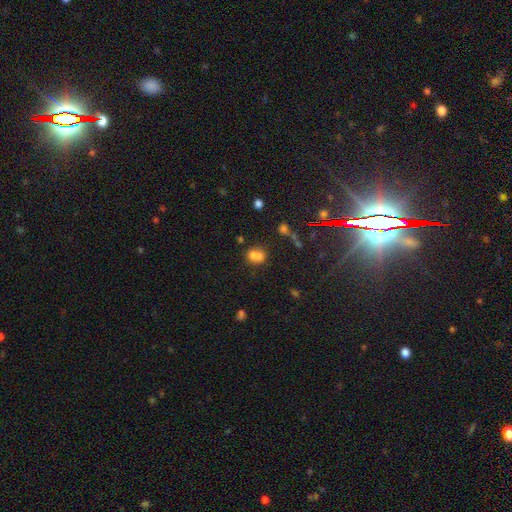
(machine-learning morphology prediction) smooth-or-featured: smooth: 67% | featured or disk: 17% | star or artifact: 16%
  how-rounded: round: 68% | in between: 31% | cigar-shaped: 1%
  merging: merger: 57% | none: 31% | minor disturbance: 8% | major disturbance: 4%